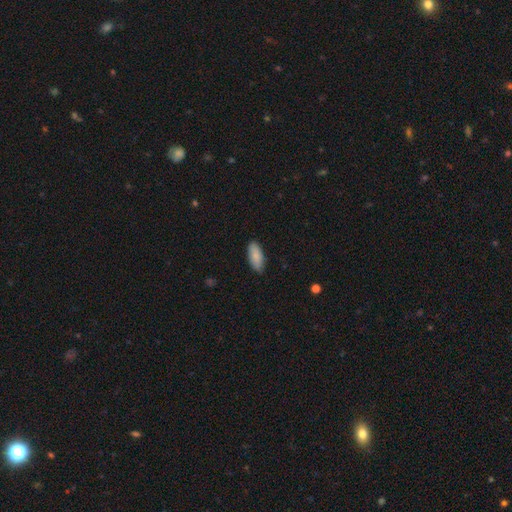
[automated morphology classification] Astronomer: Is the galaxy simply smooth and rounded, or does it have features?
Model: smooth — 88%.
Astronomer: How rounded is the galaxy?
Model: in between — 84%.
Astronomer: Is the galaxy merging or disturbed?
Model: none — 83%.